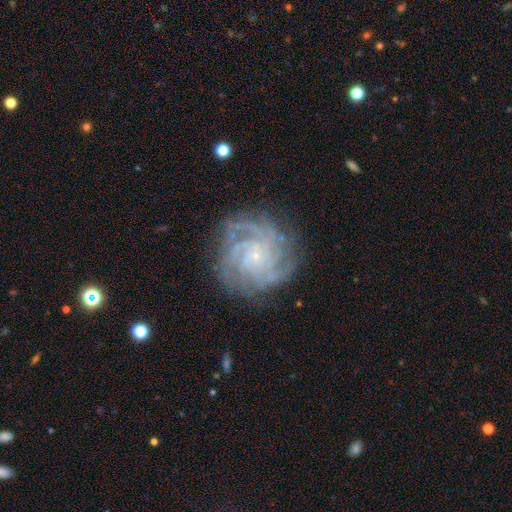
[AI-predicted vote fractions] featured or disk 89%, star or artifact 6%, smooth 5%. Down the decision tree: edge-on disk — no (98%); bar — no (77%); spiral arms — yes (98%); spiral arm count — 4 (34%); spiral winding — tight (72%); bulge size — small (87%); merging — none (79%).